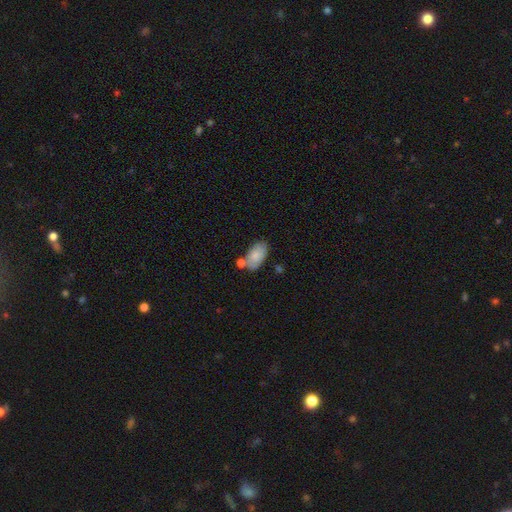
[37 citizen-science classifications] Overall: smooth (84%). How rounded: in between (100%). Merging: none (66%).